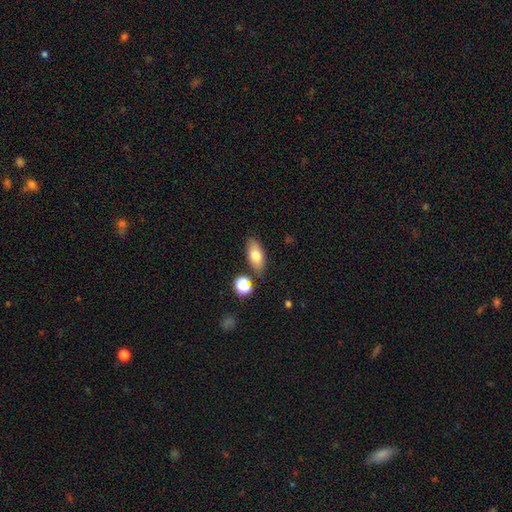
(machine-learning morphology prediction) Smooth or featured?
  - smooth: 74% *
  - featured or disk: 17%
  - star or artifact: 9%
How rounded?
  - in between: 83% *
  - cigar-shaped: 11%
  - round: 6%
Merging?
  - none: 80% *
  - minor disturbance: 12%
  - merger: 5%
  - major disturbance: 3%